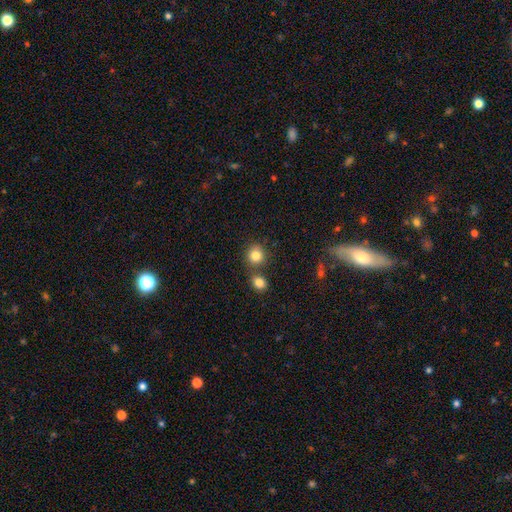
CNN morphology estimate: Smooth or featured: smooth — 83% (star or artifact — 10%)
How rounded: round — 84% (in between — 15%)
Merging: none — 64% (merger — 23%)